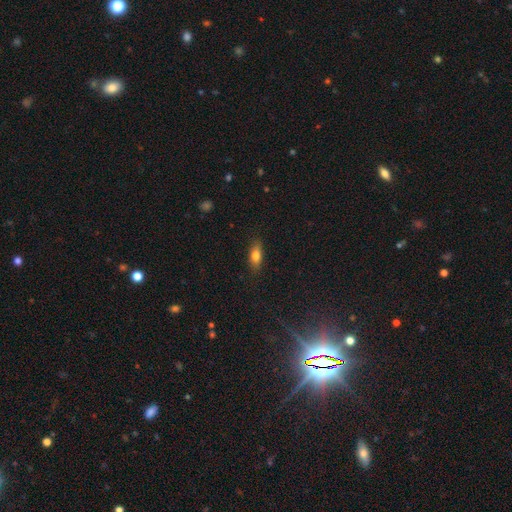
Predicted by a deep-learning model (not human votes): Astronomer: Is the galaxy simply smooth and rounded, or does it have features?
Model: smooth — 76%.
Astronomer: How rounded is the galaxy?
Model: in between — 74%.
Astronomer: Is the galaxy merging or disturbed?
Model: none — 84%.